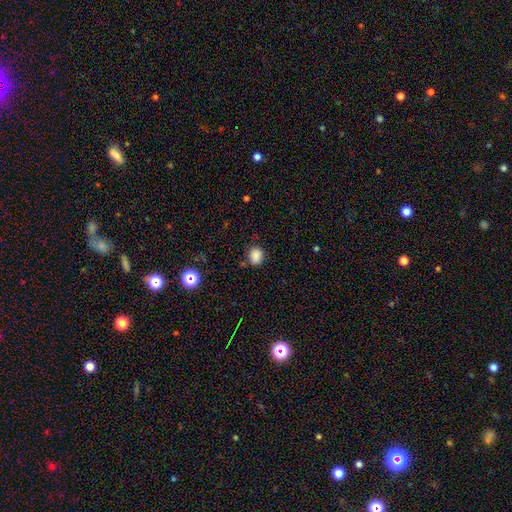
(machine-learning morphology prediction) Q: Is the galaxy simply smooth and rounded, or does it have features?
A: smooth — 85%.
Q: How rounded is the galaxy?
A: round — 53%.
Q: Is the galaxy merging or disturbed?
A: none — 80%.